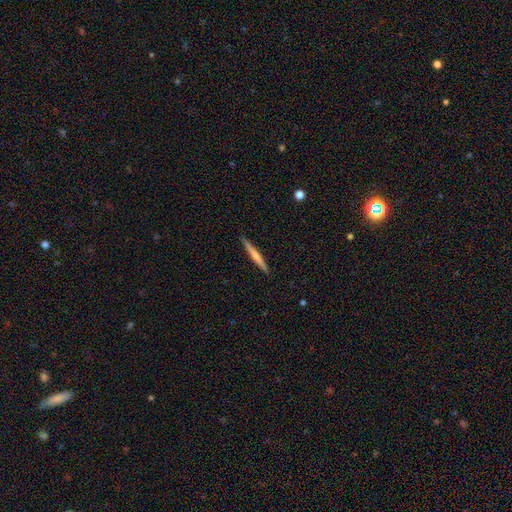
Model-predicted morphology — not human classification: Smooth or featured: smooth — 49% (featured or disk — 46%)
Merging: none — 91% (minor disturbance — 6%)